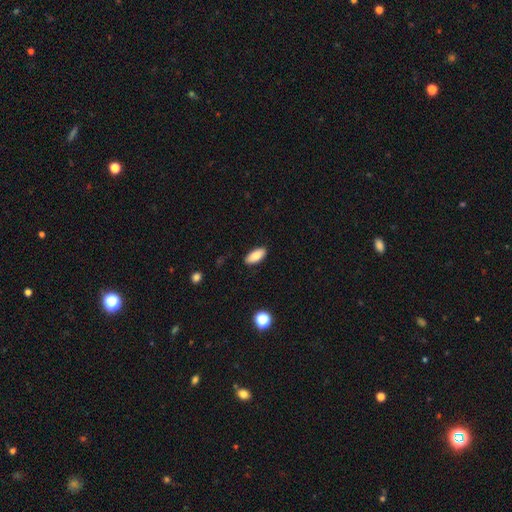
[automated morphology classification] smooth-or-featured: smooth: 85% | featured or disk: 8% | star or artifact: 7%
  how-rounded: in between: 88% | cigar-shaped: 10% | round: 2%
  merging: none: 88% | minor disturbance: 9% | major disturbance: 2% | merger: 1%